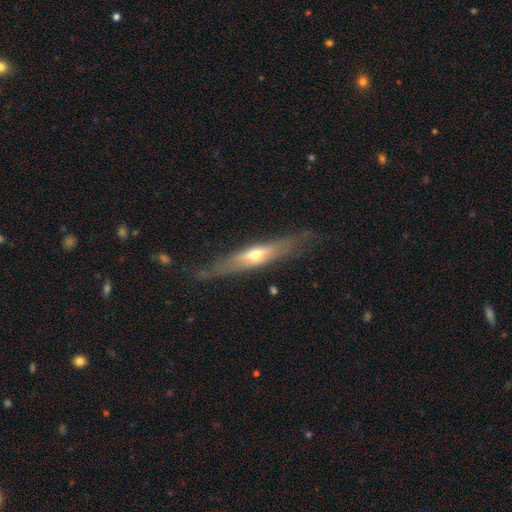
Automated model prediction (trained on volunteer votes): The model was most divided on "smooth or featured": featured or disk: 65%, smooth: 30%, star or artifact: 6%. More confident: edge-on bulge — rounded (84%); edge-on disk — yes (81%); merging — none (72%).